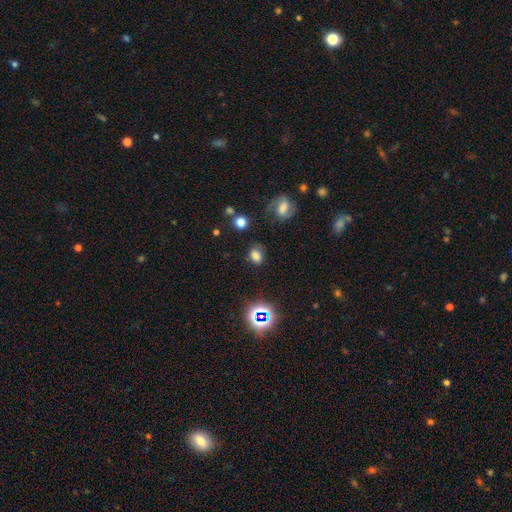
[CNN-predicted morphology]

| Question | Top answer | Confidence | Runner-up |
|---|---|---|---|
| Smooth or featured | smooth | 72% | star or artifact (20%) |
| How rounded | in between | 63% | round (35%) |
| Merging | none | 76% | minor disturbance (16%) |